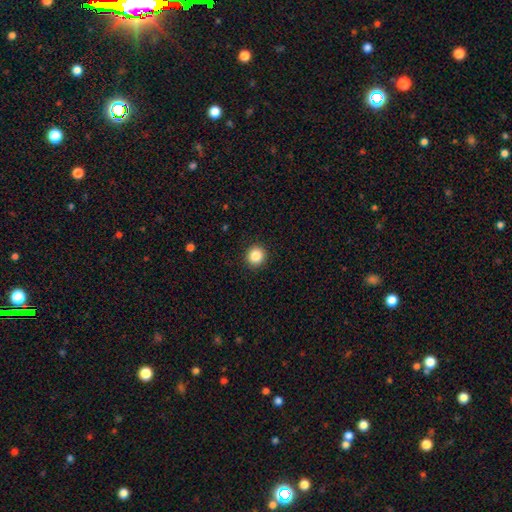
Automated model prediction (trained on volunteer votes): Q: Smooth or featured?
A: smooth (86%); runner-up: star or artifact (10%)
Q: How rounded?
A: round (93%); runner-up: in between (6%)
Q: Merging?
A: none (92%); runner-up: minor disturbance (5%)